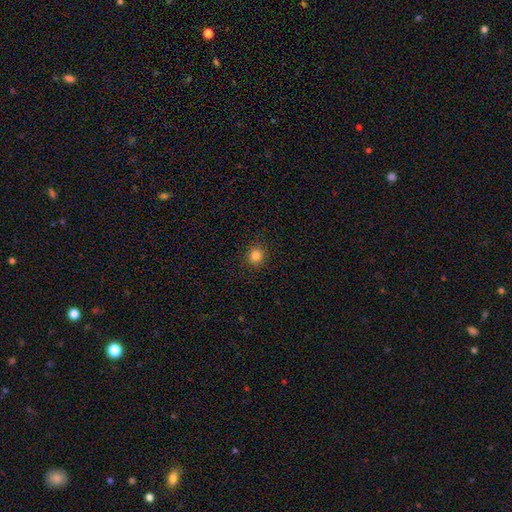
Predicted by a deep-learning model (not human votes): Smooth or featured?
  - smooth: 83% *
  - star or artifact: 12%
  - featured or disk: 5%
How rounded?
  - round: 91% *
  - in between: 8%
  - cigar-shaped: 1%
Merging?
  - none: 91% *
  - minor disturbance: 6%
  - major disturbance: 2%
  - merger: 1%